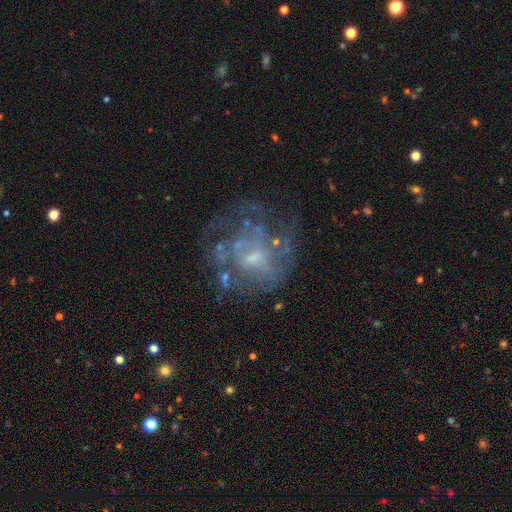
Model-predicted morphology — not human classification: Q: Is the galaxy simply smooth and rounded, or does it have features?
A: featured or disk — 66%.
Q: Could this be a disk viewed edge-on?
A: no — 98%.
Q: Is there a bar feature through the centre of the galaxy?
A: no — 70%.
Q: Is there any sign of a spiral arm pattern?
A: no — 51%.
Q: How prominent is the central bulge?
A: small — 52%.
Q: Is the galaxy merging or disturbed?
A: none — 58%.